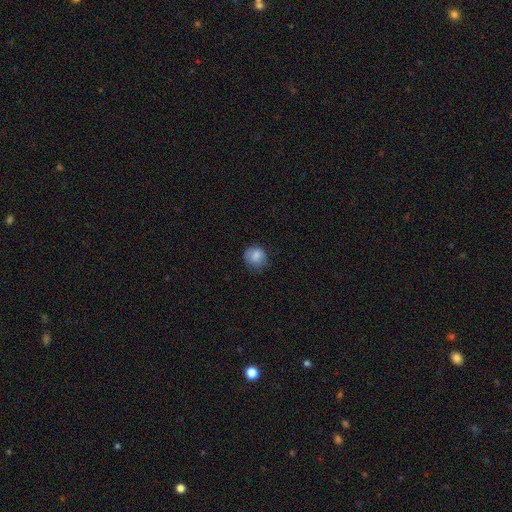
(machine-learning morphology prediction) The model was most divided on "merging": none: 72%, minor disturbance: 21%, major disturbance: 6%, merger: 1%. More confident: smooth or featured — smooth (83%); how rounded — round (80%).